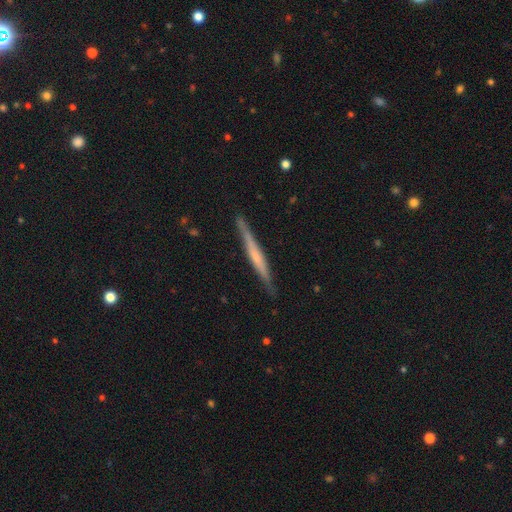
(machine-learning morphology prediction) smooth_or_featured: featured or disk (p=0.60) [alt: smooth p=0.35]
disk_edge_on: yes (p=0.97) [alt: no p=0.03]
edge_on_bulge: none (p=0.54) [alt: rounded p=0.31]
merging: none (p=0.86) [alt: minor disturbance p=0.11]